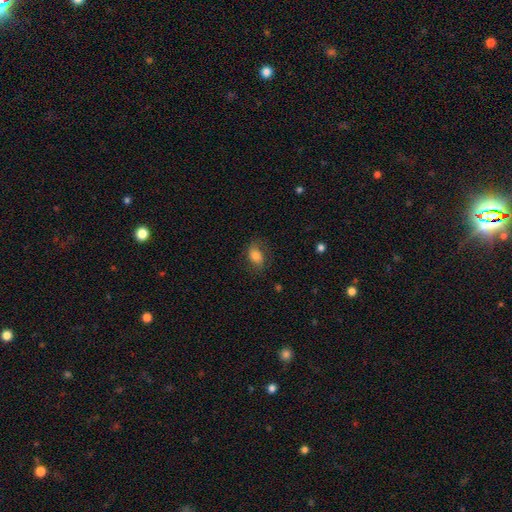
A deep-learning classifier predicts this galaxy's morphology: smooth_or_featured: smooth (p=0.71) [alt: featured or disk p=0.20]
how_rounded: in between (p=0.77) [alt: round p=0.21]
merging: none (p=0.69) [alt: minor disturbance p=0.20]